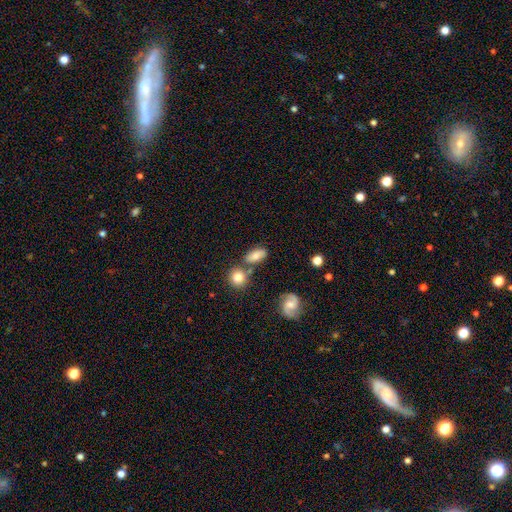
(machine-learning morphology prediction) Smooth or featured?
  - smooth: 68% *
  - featured or disk: 22%
  - star or artifact: 9%
How rounded?
  - in between: 79% *
  - round: 12%
  - cigar-shaped: 9%
Merging?
  - none: 67% *
  - minor disturbance: 15%
  - merger: 14%
  - major disturbance: 4%